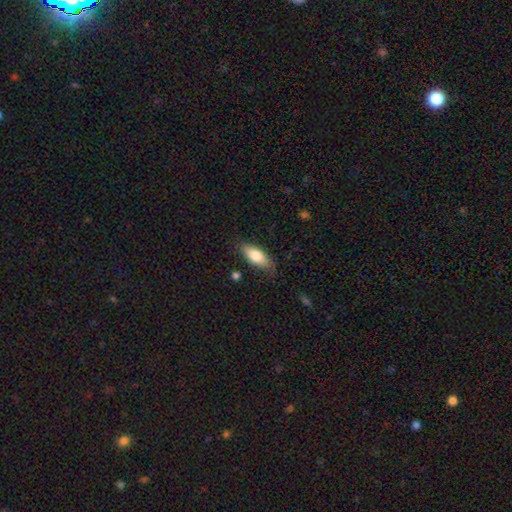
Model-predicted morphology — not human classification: smooth-or-featured: smooth: 78% | featured or disk: 16% | star or artifact: 6%
  how-rounded: in between: 79% | cigar-shaped: 19% | round: 2%
  merging: none: 72% | minor disturbance: 22% | major disturbance: 5% | merger: 2%